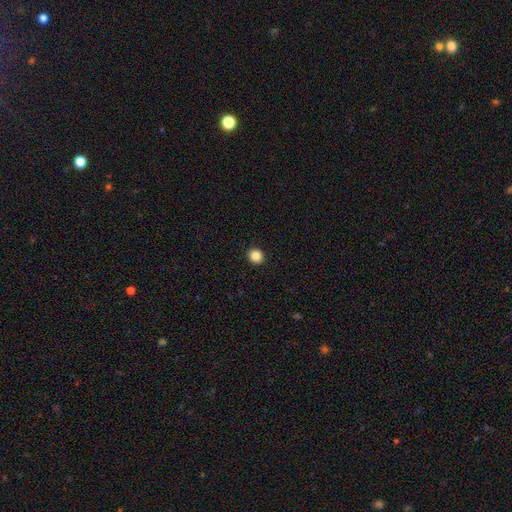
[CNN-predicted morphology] Smooth or featured? Predicted: smooth (p=0.87). How rounded? Predicted: round (p=0.90). Merging? Predicted: none (p=0.93).